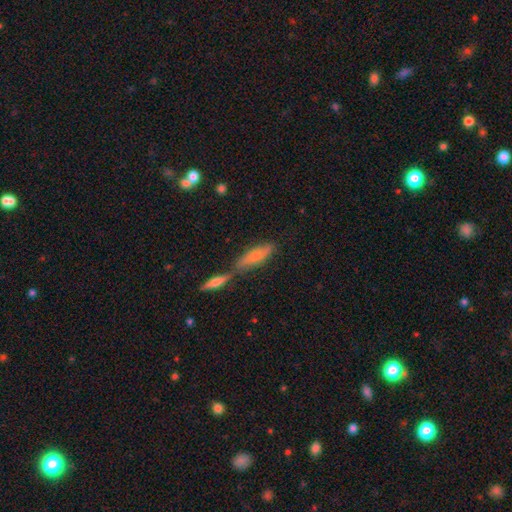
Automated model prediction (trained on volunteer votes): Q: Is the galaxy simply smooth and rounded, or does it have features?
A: smooth — 72%.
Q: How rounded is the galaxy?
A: cigar-shaped — 54%.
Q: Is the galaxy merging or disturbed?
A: none — 41%, tied with merger.